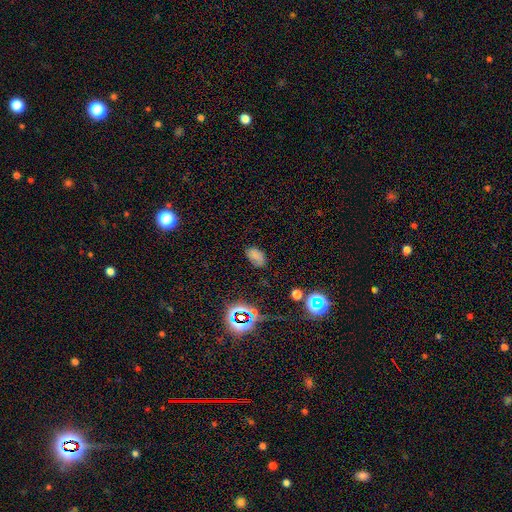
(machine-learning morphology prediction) The model was most divided on "smooth or featured": smooth: 67%, star or artifact: 21%, featured or disk: 12%. More confident: how rounded — in between (90%); merging — none (70%).